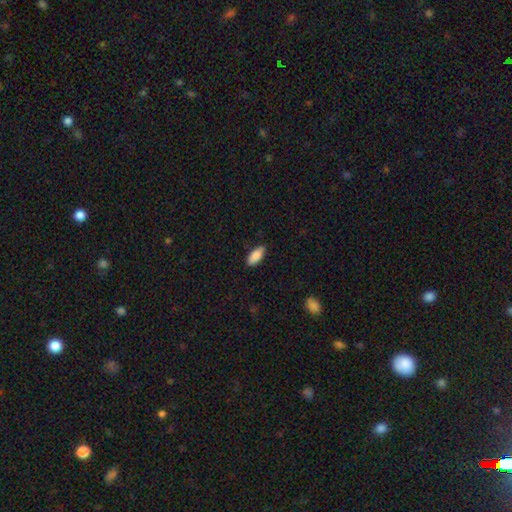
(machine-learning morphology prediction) A smooth galaxy with no disk features (87%) that is in between round and cigar-shaped (86%). Merging: none (87%).